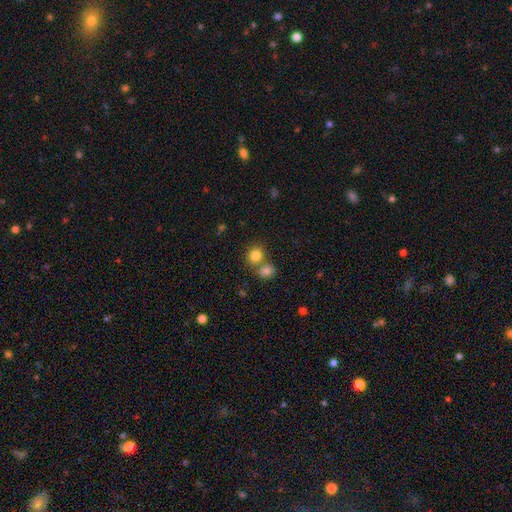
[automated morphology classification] This appears to be a smooth galaxy with no disk features (81%) that is round (79%). Merging: none (54%).